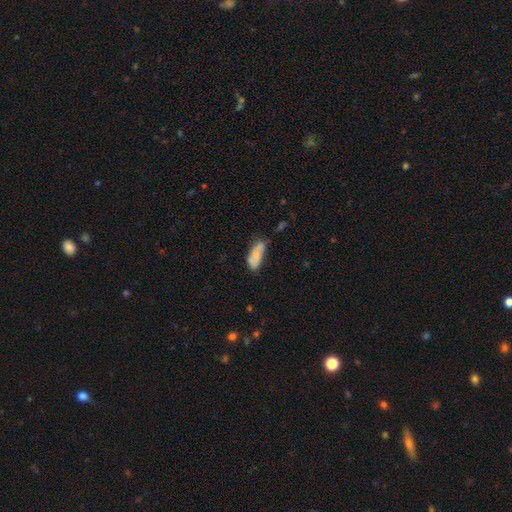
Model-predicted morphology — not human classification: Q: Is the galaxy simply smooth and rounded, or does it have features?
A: smooth — 66%.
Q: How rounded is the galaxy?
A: in between — 80%.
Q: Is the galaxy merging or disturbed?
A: none — 45%.